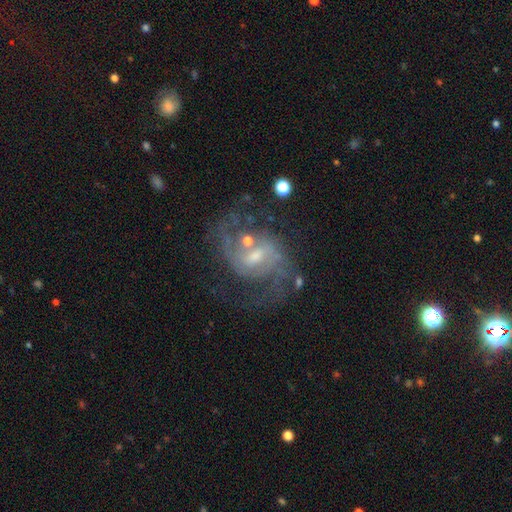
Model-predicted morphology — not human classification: smooth_or_featured: featured or disk (p=0.87) [alt: star or artifact p=0.07]
disk_edge_on: no (p=0.98) [alt: yes p=0.02]
bar: weak (p=0.59) [alt: no p=0.26]
has_spiral_arms: yes (p=0.95) [alt: no p=0.05]
spiral_winding: medium (p=0.55) [alt: loose p=0.24]
spiral_arm_count: 2 (p=0.80) [alt: can't tell p=0.08]
bulge_size: small (p=0.45) [alt: moderate p=0.44]
merging: none (p=0.62) [alt: minor disturbance p=0.17]